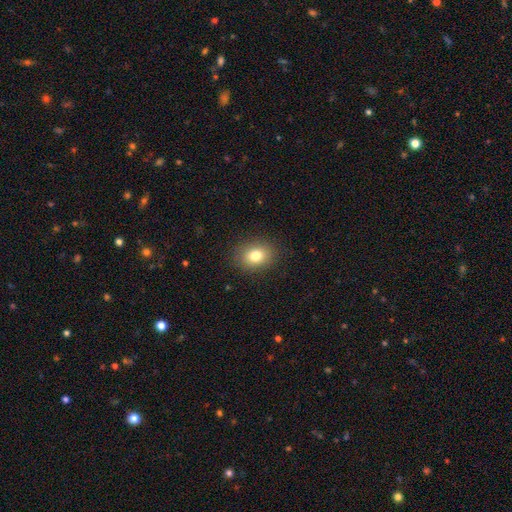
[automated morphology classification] smooth_or_featured: smooth (p=0.80) [alt: star or artifact p=0.11]
how_rounded: in between (p=0.51) [alt: round p=0.48]
merging: none (p=0.89) [alt: minor disturbance p=0.08]